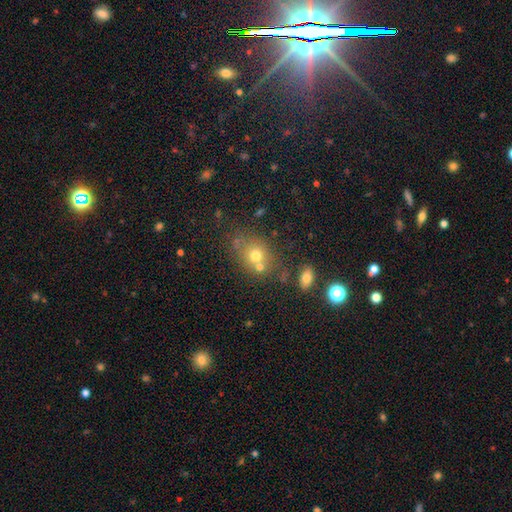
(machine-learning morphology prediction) The model was most divided on "merging": none: 53%, merger: 30%, minor disturbance: 12%, major disturbance: 5%. More confident: smooth or featured — smooth (66%); how rounded — round (62%).